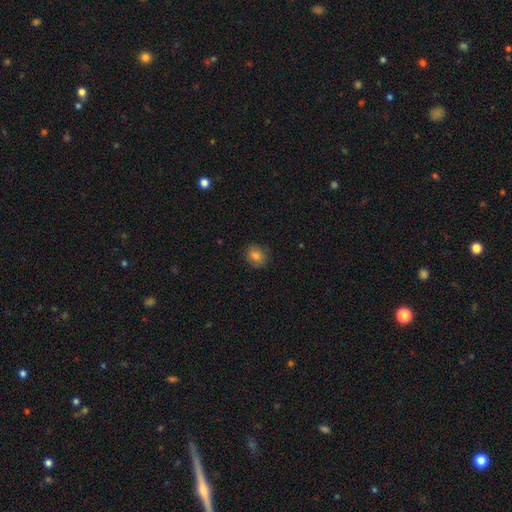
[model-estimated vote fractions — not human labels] Smooth or featured? Predicted: smooth (p=0.79). How rounded? Predicted: round (p=0.71). Merging? Predicted: none (p=0.85).